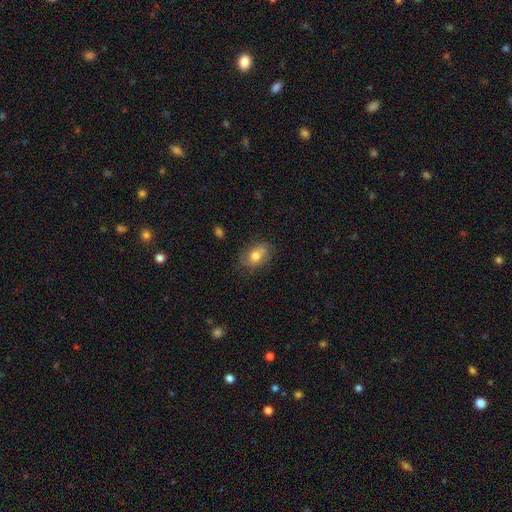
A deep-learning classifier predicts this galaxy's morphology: Overall: smooth (54%; featured or disk 36%). How rounded: in between (70%). Merging: none (70%).